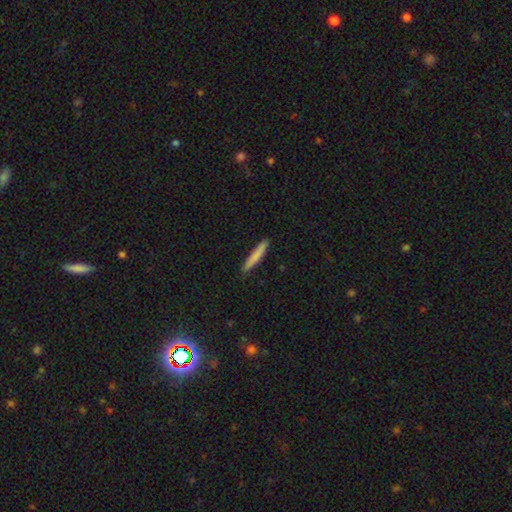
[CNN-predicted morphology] This is clearly a smooth galaxy (81%). How rounded: clearly cigar-shaped (94%). Merging: clearly none (91%).